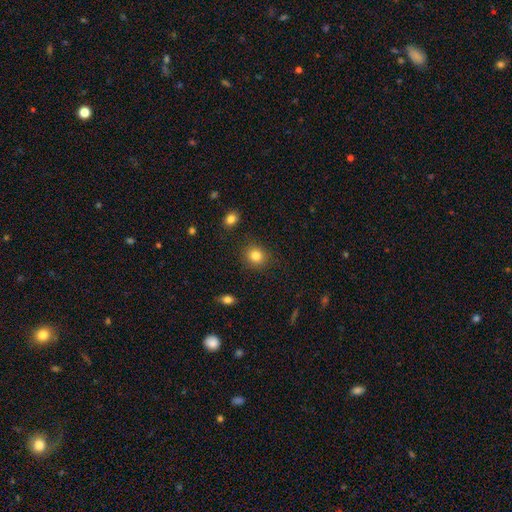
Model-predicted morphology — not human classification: smooth 83%, star or artifact 11%, featured or disk 6%. Down the decision tree: how rounded — round (84%); merging — none (89%).